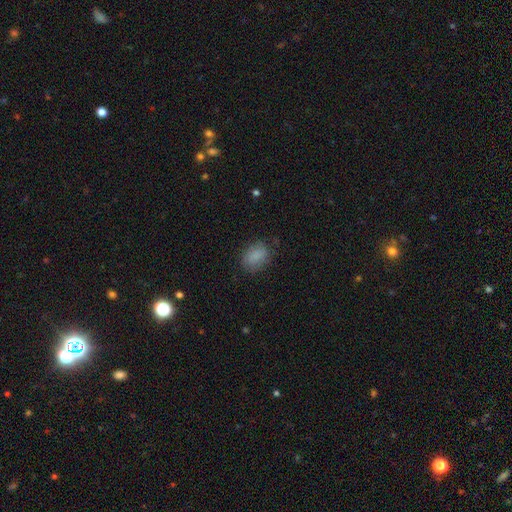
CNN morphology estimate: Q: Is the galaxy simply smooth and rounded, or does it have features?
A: smooth — 86%.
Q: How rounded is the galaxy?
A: in between — 80%.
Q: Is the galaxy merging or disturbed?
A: none — 78%.